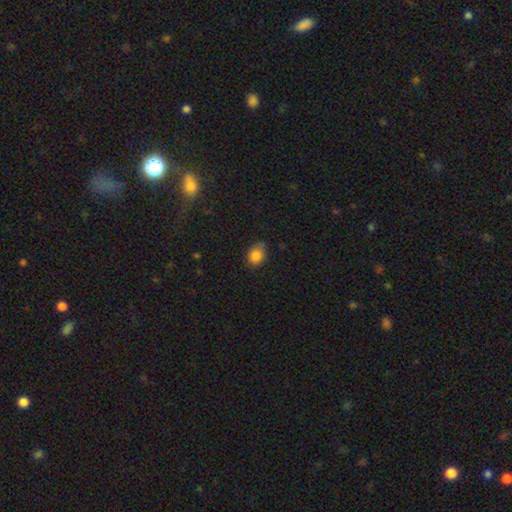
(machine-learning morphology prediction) smooth_or_featured: smooth (p=0.84) [alt: star or artifact p=0.09]
how_rounded: in between (p=0.71) [alt: round p=0.28]
merging: none (p=0.60) [alt: minor disturbance p=0.32]